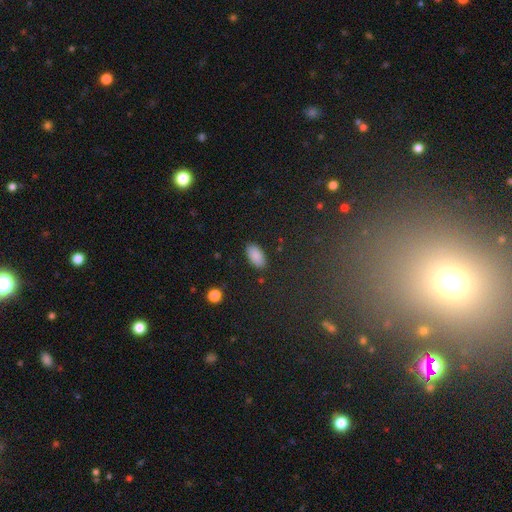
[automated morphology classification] smooth-or-featured: smooth: 87% | star or artifact: 8% | featured or disk: 5%
  how-rounded: in between: 95% | round: 3% | cigar-shaped: 2%
  merging: none: 88% | minor disturbance: 9% | major disturbance: 2% | merger: 1%